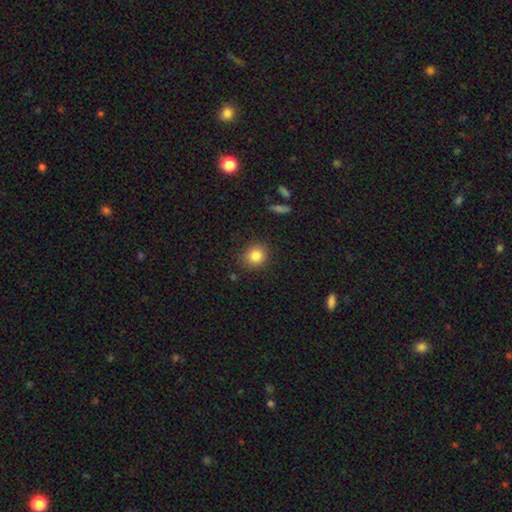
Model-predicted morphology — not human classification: Smooth or featured: smooth — 84% (star or artifact — 10%)
How rounded: round — 80% (in between — 19%)
Merging: none — 87% (minor disturbance — 9%)